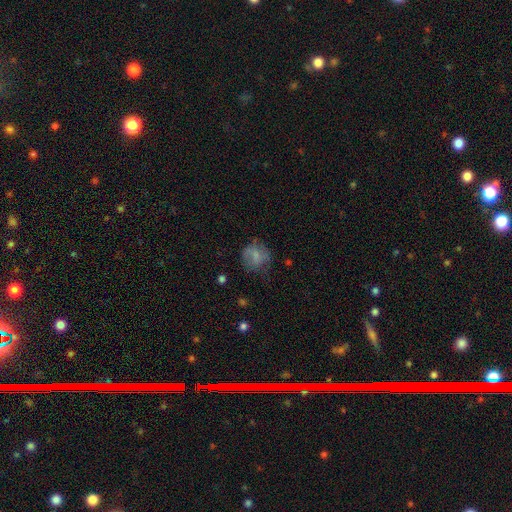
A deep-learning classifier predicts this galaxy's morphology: Q: Smooth or featured?
A: smooth (68%); runner-up: featured or disk (22%)
Q: How rounded?
A: round (77%); runner-up: in between (22%)
Q: Merging?
A: none (56%); runner-up: minor disturbance (25%)